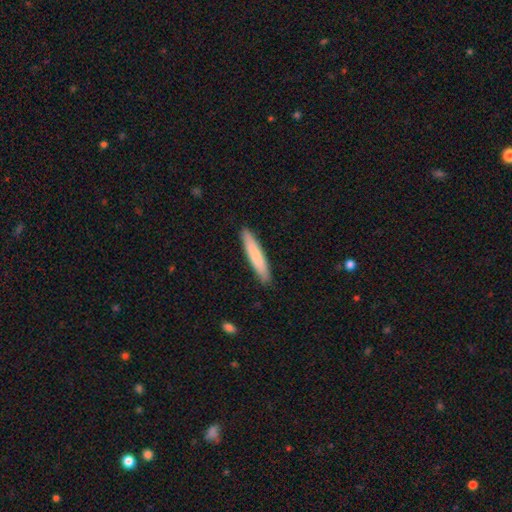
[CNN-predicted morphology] type=smooth (79%); roundness=cigar-shaped (91%); merging=none (90%).